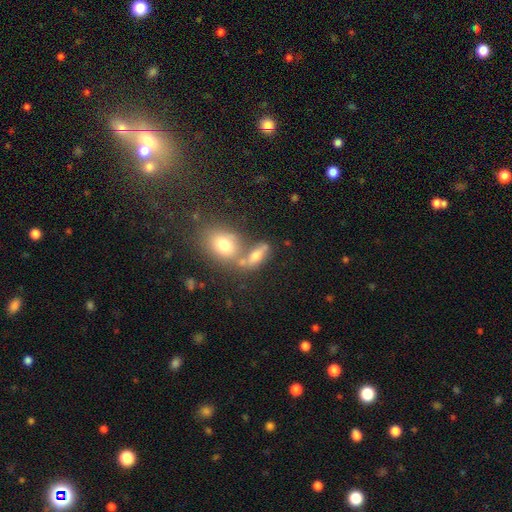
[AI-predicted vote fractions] smooth 61%, featured or disk 25%, star or artifact 14%. Down the decision tree: how rounded — in between (66%); merging — none (44%).